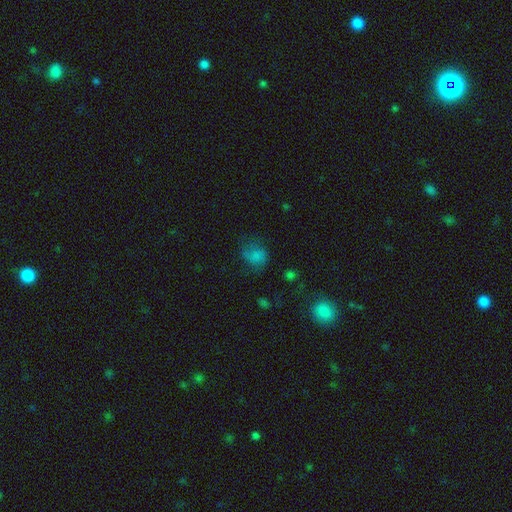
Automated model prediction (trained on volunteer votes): Smooth or featured: smooth — 67% (featured or disk — 18%)
How rounded: round — 63% (in between — 36%)
Merging: none — 52% (minor disturbance — 26%)